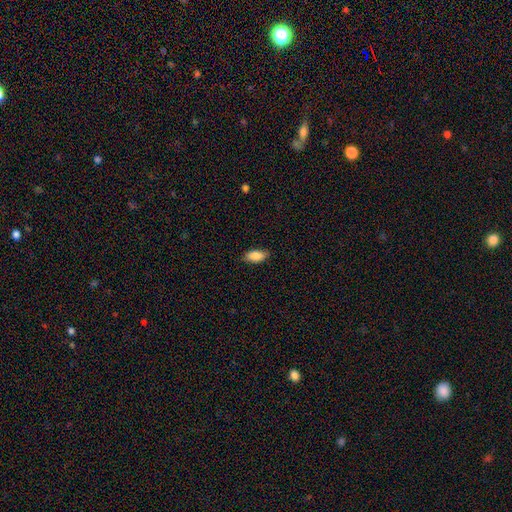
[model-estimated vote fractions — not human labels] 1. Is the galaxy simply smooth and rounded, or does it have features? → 88% smooth, 7% star or artifact, 5% featured or disk.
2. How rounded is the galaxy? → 90% in between, 7% cigar-shaped, 3% round.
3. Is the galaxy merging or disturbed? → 85% none, 11% minor disturbance, 2% major disturbance, 1% merger.